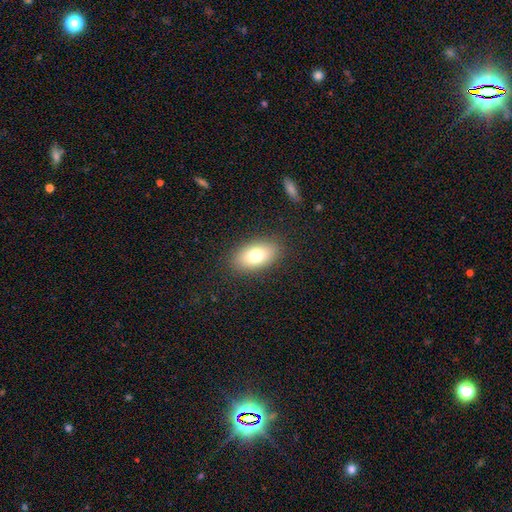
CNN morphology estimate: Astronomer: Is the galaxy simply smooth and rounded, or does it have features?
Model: smooth — 74%.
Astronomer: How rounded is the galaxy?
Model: in between — 89%.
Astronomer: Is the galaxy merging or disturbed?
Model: none — 87%.